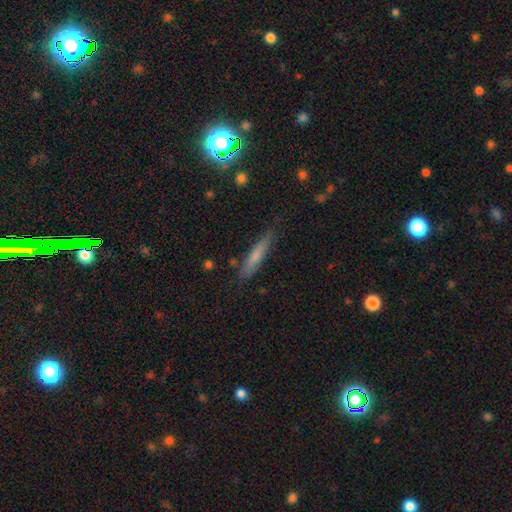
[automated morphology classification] Overall: smooth (65%; featured or disk 26%). How rounded: cigar-shaped (89%). Merging: none (83%).